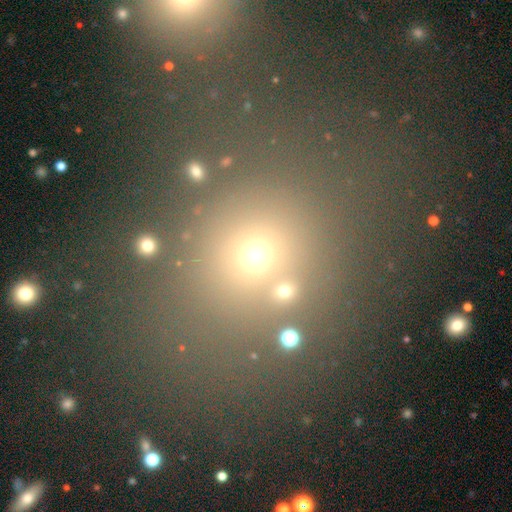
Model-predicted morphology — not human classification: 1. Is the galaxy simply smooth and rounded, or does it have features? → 64% smooth, 26% star or artifact, 11% featured or disk.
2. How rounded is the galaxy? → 78% round, 20% in between, 2% cigar-shaped.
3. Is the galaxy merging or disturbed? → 72% none, 11% minor disturbance, 10% merger, 7% major disturbance.